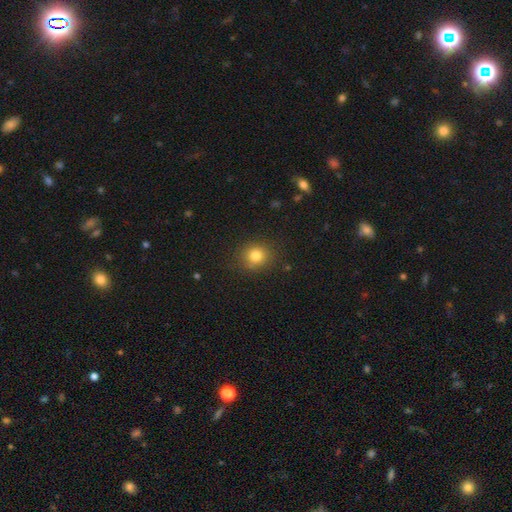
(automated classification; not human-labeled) smooth 81%, star or artifact 12%, featured or disk 7%. Down the decision tree: how rounded — round (81%); merging — none (85%).